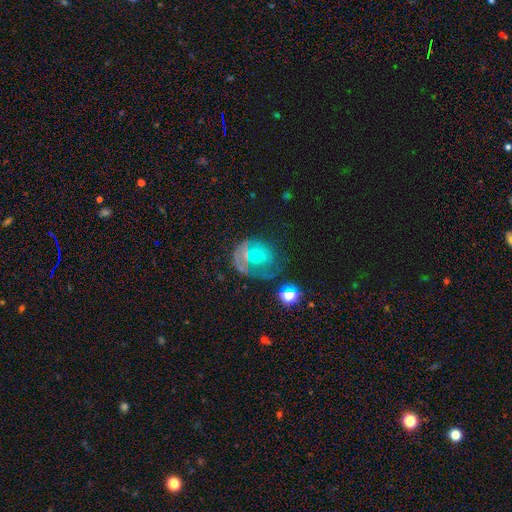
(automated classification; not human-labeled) Smooth or featured?
  - featured or disk: 43% *
  - smooth: 37%
  - star or artifact: 20%
Merging?
  - none: 48% *
  - major disturbance: 21%
  - minor disturbance: 19%
  - merger: 12%